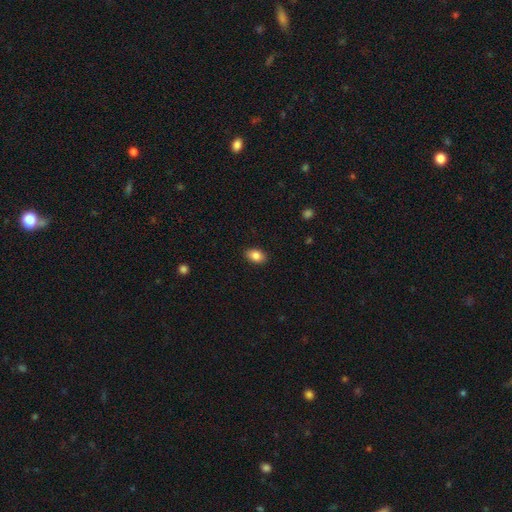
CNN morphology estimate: smooth-or-featured: smooth: 85% | star or artifact: 8% | featured or disk: 7%
  how-rounded: in between: 88% | round: 11% | cigar-shaped: 2%
  merging: none: 89% | minor disturbance: 8% | major disturbance: 2% | merger: 1%